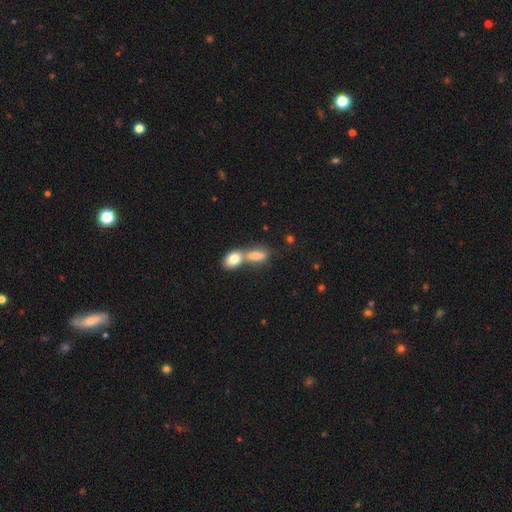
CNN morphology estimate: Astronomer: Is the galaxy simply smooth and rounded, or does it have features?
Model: smooth — 80%.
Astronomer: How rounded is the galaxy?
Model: in between — 80%.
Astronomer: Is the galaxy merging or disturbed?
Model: merger — 64%.